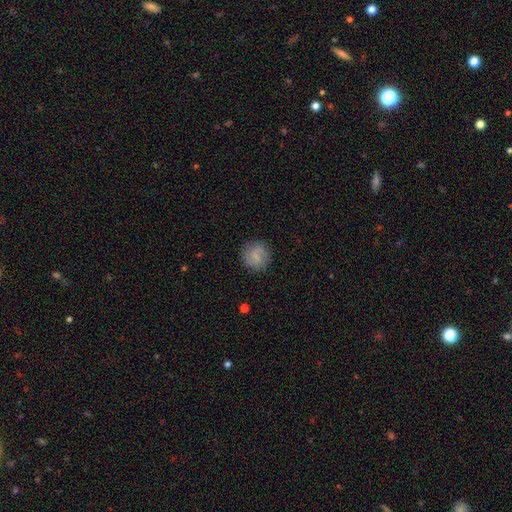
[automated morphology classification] Smooth or featured? smooth (69%)
How rounded? round (90%)
Merging? none (85%)